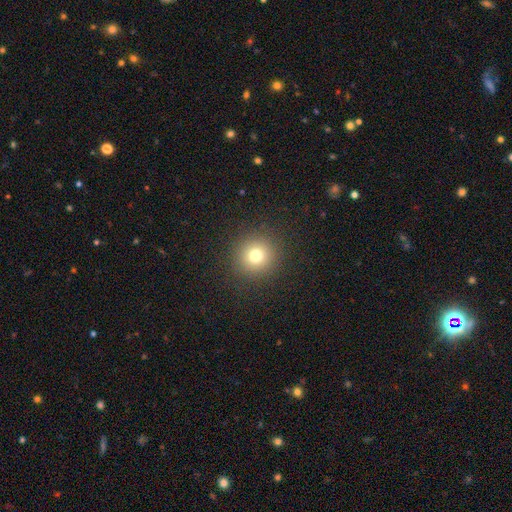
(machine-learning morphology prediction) This appears to be a smooth galaxy with no disk features (75%) that is round (94%). Merging: none (91%).